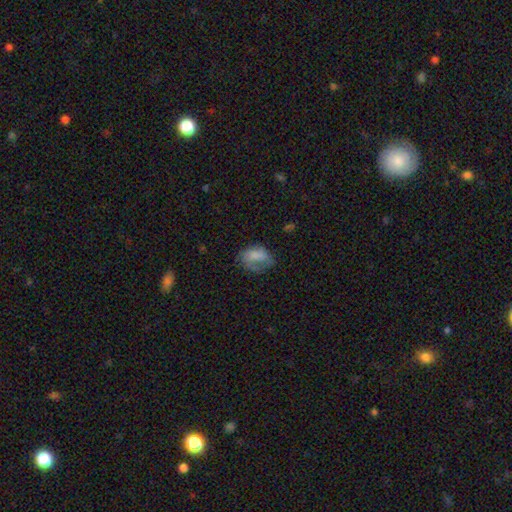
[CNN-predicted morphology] Smooth or featured? Predicted: smooth (p=0.64). How rounded? Predicted: in between (p=0.74). Merging? Predicted: none (p=0.37).